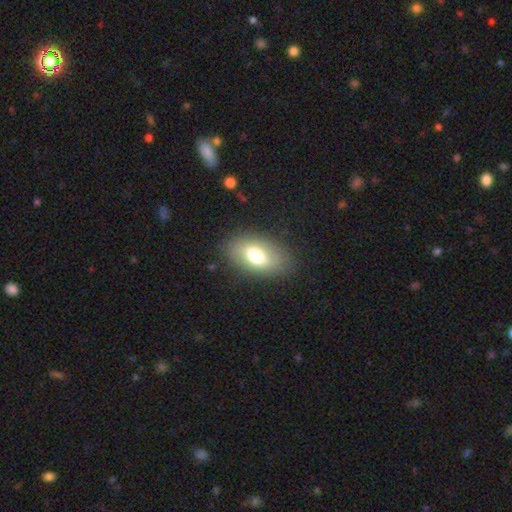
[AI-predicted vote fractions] Q: Smooth or featured?
A: smooth (71%); runner-up: featured or disk (20%)
Q: How rounded?
A: in between (89%); runner-up: round (9%)
Q: Merging?
A: none (82%); runner-up: minor disturbance (12%)